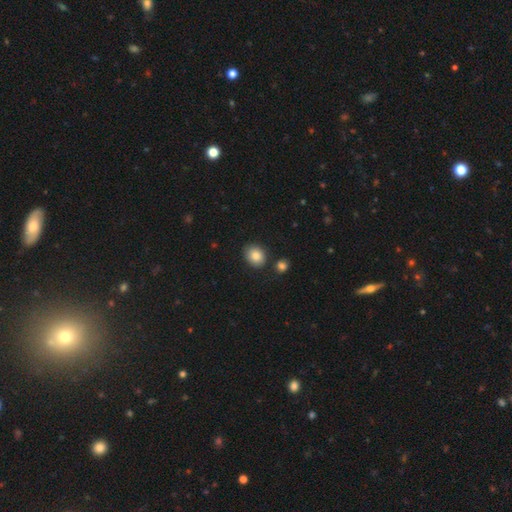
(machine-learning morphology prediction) Smooth or featured: smooth — 86% (star or artifact — 8%)
How rounded: round — 56% (in between — 43%)
Merging: none — 81% (minor disturbance — 11%)